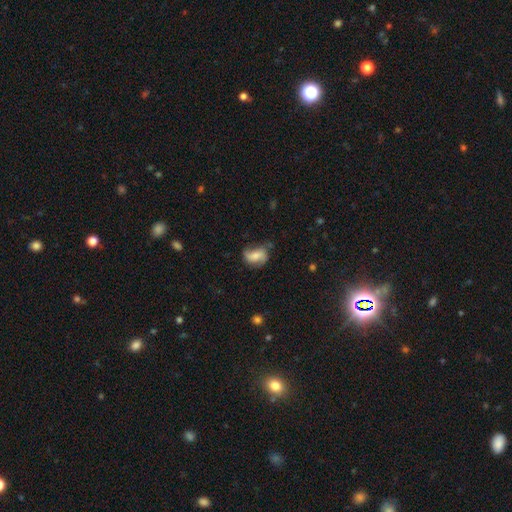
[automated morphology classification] Q: Smooth or featured?
A: featured or disk (62%); runner-up: smooth (29%)
Q: Edge-on disk?
A: no (97%); runner-up: yes (3%)
Q: Bar?
A: no (44%); runner-up: weak (39%)
Q: Spiral arms?
A: yes (90%); runner-up: no (10%)
Q: Spiral winding?
A: loose (48%); runner-up: medium (38%)
Q: Spiral arm count?
A: 2 (73%); runner-up: 3 (10%)
Q: Bulge size?
A: moderate (38%); runner-up: small (34%)
Q: Merging?
A: none (53%); runner-up: minor disturbance (27%)